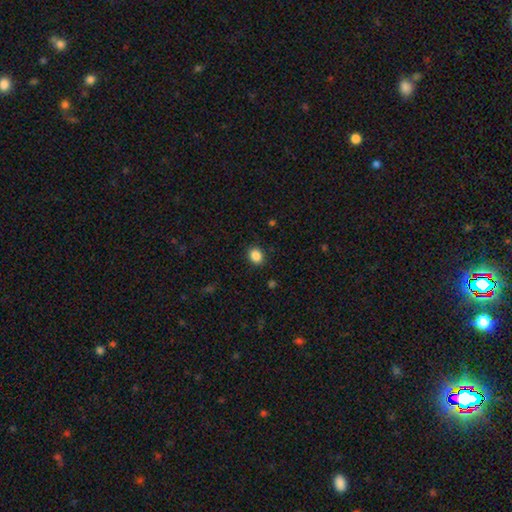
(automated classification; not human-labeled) smooth-or-featured: smooth: 87% | star or artifact: 10% | featured or disk: 3%
  how-rounded: round: 59% | in between: 40% | cigar-shaped: 1%
  merging: none: 90% | minor disturbance: 7% | major disturbance: 2% | merger: 1%